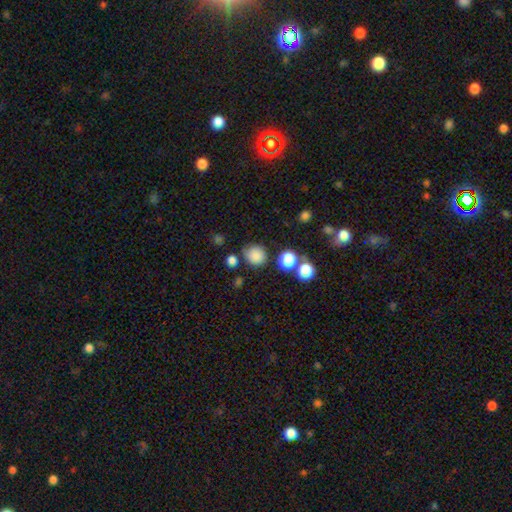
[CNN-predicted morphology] A smooth galaxy with no disk features (83%) that is round (86%). Merging: none (71%).